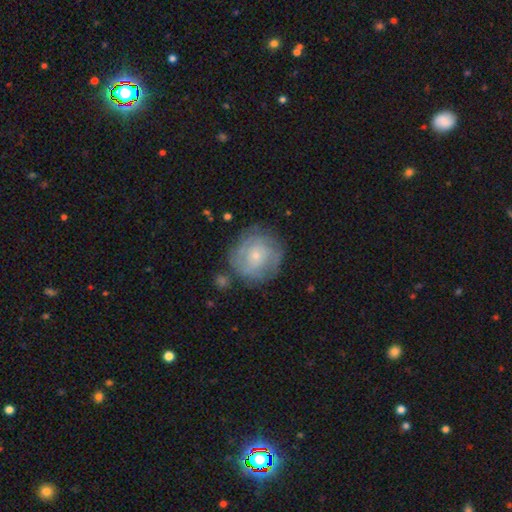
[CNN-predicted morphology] smooth-or-featured: featured or disk: 58% | smooth: 34% | star or artifact: 8%
  disk-edge-on: no: 97% | yes: 3%
    bar: no: 76% | weak: 21% | strong: 3%
    has-spiral-arms: yes: 75% | no: 25%
    bulge-size: small: 72% | moderate: 23% | none: 2% | large: 2% | dominant: 1%
  merging: none: 73% | minor disturbance: 17% | major disturbance: 7% | merger: 4%